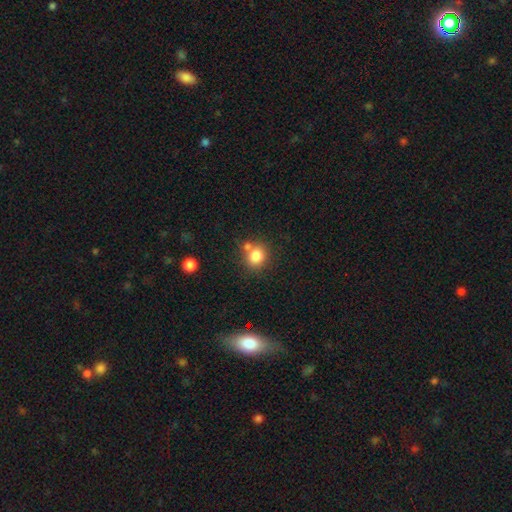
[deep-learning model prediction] This is clearly a smooth galaxy (82%). How rounded: likely round (77%). Merging: likely none (61%).